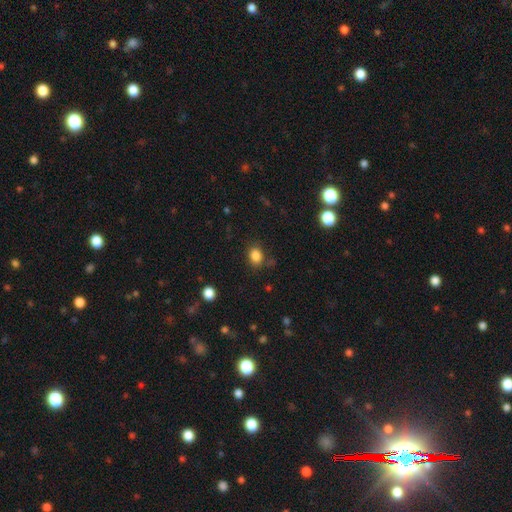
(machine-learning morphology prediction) Smooth or featured? smooth (84%)
How rounded? in between (53%)
Merging? none (78%)